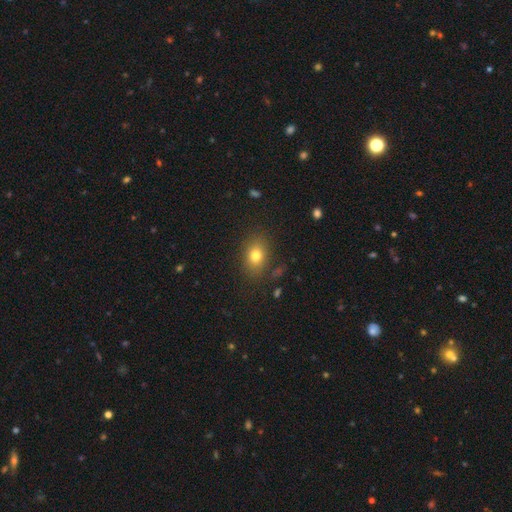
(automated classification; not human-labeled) A smooth galaxy with no disk features (78%) that is in between round and cigar-shaped (65%).

Vote fractions:
- Smooth or featured? smooth: 78% / star or artifact: 12% / featured or disk: 11%
- How rounded? in between: 65% / round: 34% / cigar-shaped: 1%
- Merging? none: 81% / minor disturbance: 12% / major disturbance: 4% / merger: 2%